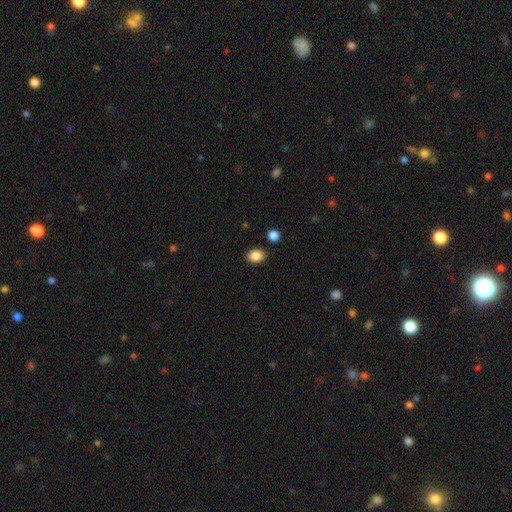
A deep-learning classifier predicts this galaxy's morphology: The model was most divided on "how rounded": in between: 63%, round: 36%, cigar-shaped: 1%. More confident: merging — none (87%); smooth or featured — smooth (87%).